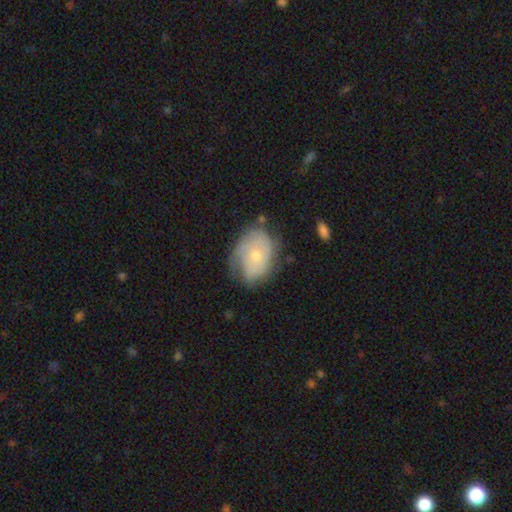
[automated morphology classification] Smooth or featured: featured or disk — 55% (smooth — 38%)
Edge-on disk: no — 96% (yes — 4%)
Bar: no — 81% (weak — 17%)
Spiral arms: yes — 76% (no — 24%)
Bulge size: small — 50% (moderate — 45%)
Merging: none — 56% (minor disturbance — 30%)